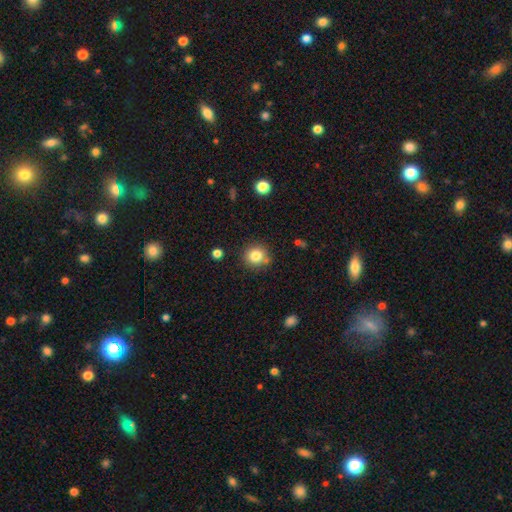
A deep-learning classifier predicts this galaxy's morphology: Smooth or featured? Predicted: smooth (p=0.82). How rounded? Predicted: round (p=0.90). Merging? Predicted: none (p=0.81).